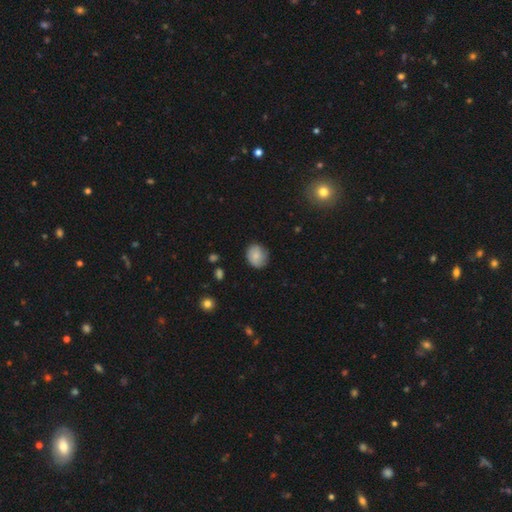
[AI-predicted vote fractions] The model was most divided on "how rounded": round: 63%, in between: 36%, cigar-shaped: 1%. More confident: smooth or featured — smooth (78%); merging — none (75%).